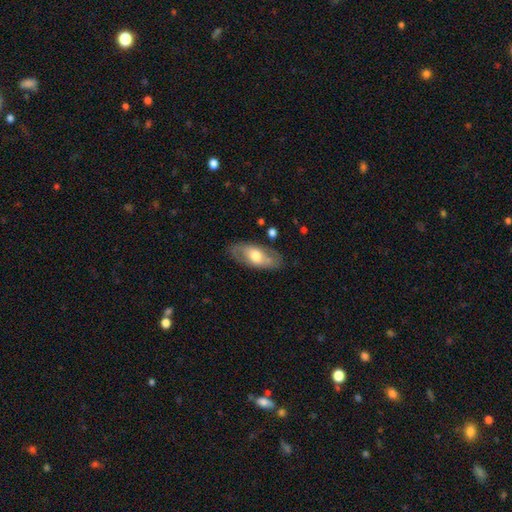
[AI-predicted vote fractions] The model was most divided on "smooth or featured": featured or disk: 51%, smooth: 44%, star or artifact: 5%. More confident: edge-on disk — no (83%); merging — none (76%).